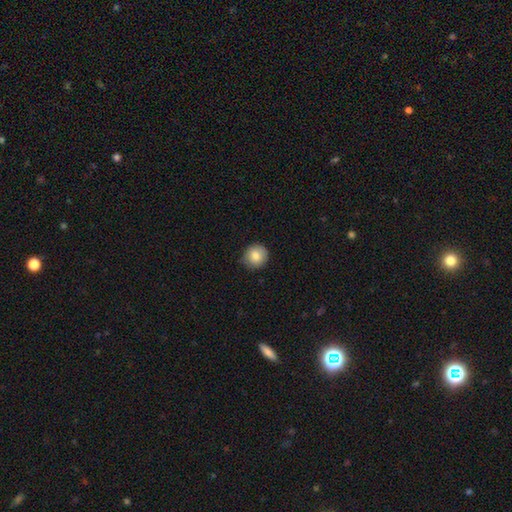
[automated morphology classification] Smooth or featured? smooth (82%)
How rounded? round (91%)
Merging? none (84%)